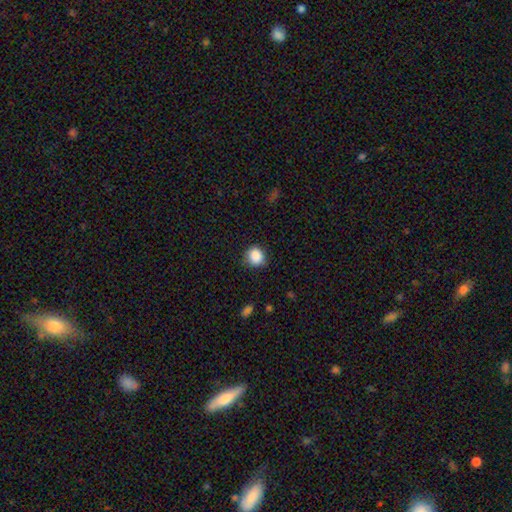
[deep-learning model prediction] Smooth or featured? smooth (87%)
How rounded? round (84%)
Merging? none (77%)